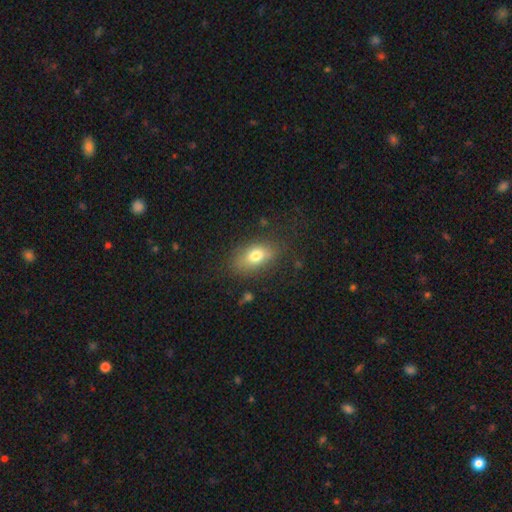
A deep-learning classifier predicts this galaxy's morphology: Smooth or featured?
  - smooth: 75% *
  - featured or disk: 16%
  - star or artifact: 9%
How rounded?
  - in between: 85% *
  - round: 11%
  - cigar-shaped: 4%
Merging?
  - none: 75% *
  - minor disturbance: 17%
  - major disturbance: 6%
  - merger: 2%